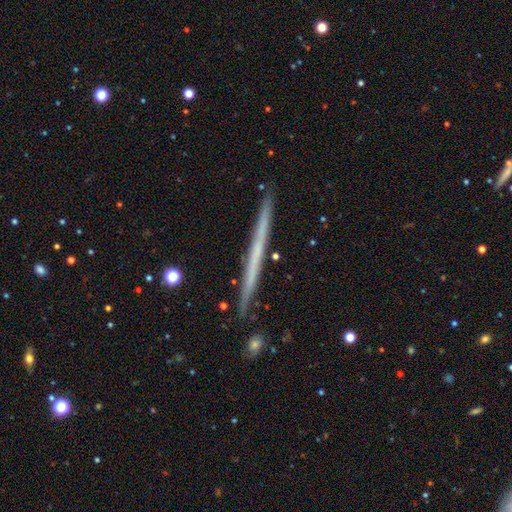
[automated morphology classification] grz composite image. It shows a featured or disk galaxy (57%) viewed edge-on (97%) with no central bulge (93%). Merging: none (90%).